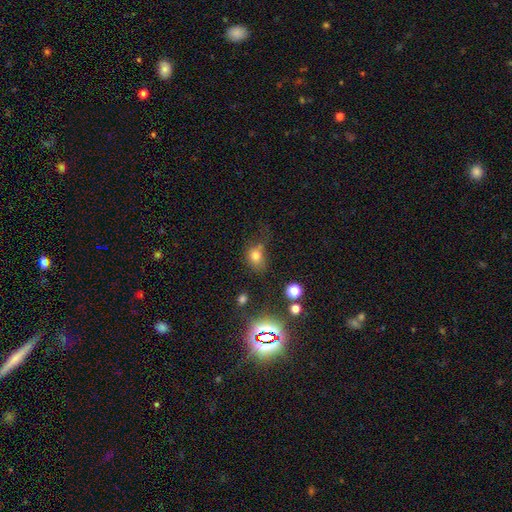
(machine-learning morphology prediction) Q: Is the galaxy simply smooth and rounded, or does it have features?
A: smooth — 74%.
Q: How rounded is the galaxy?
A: round — 52%.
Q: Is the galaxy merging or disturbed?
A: none — 49%.